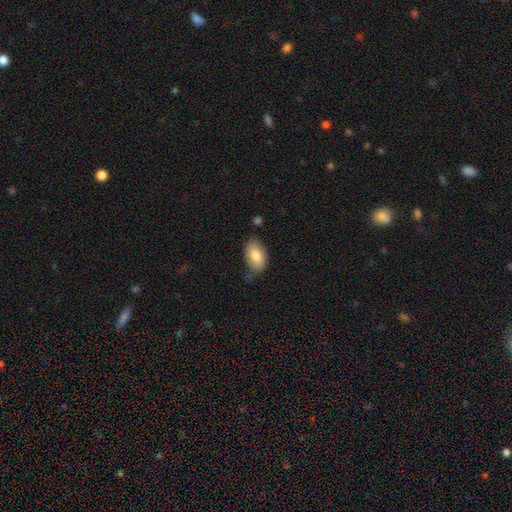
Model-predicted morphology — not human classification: smooth 80%, featured or disk 14%, star or artifact 6%. Down the decision tree: how rounded — in between (92%); merging — none (69%).